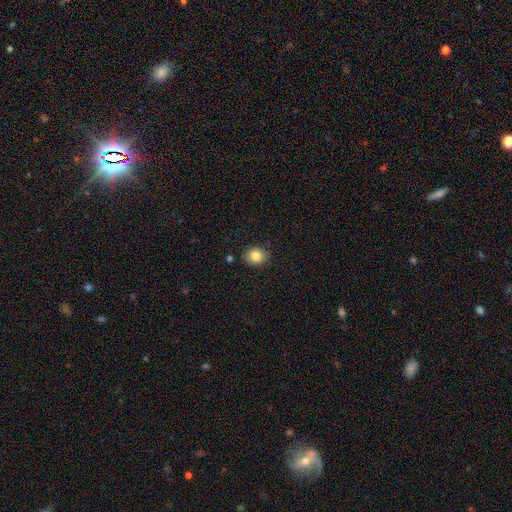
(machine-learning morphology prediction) Q: Smooth or featured?
A: smooth (83%); runner-up: star or artifact (9%)
Q: How rounded?
A: round (59%); runner-up: in between (40%)
Q: Merging?
A: none (86%); runner-up: minor disturbance (10%)